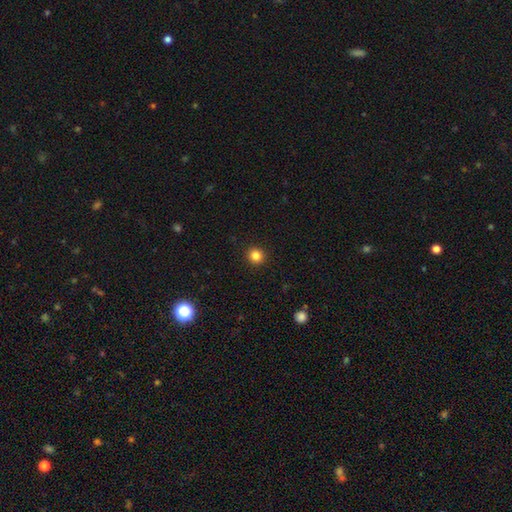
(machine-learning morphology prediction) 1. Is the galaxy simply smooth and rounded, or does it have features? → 83% smooth, 12% star or artifact, 4% featured or disk.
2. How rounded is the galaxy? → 92% round, 7% in between, 1% cigar-shaped.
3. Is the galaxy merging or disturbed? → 93% none, 5% minor disturbance, 2% major disturbance, 1% merger.